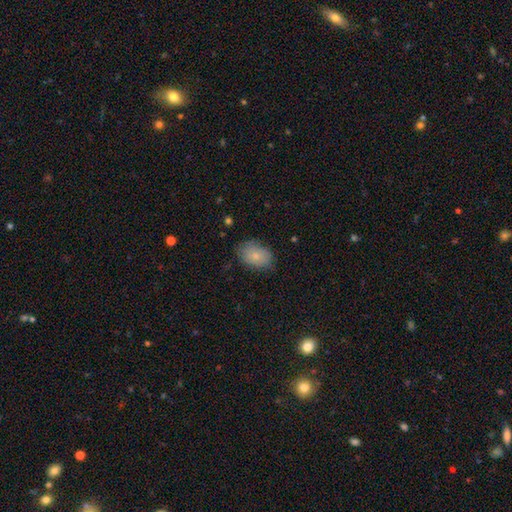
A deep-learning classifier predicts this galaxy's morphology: smooth_or_featured: smooth (p=0.80) [alt: featured or disk p=0.13]
how_rounded: in between (p=0.84) [alt: round p=0.15]
merging: none (p=0.76) [alt: minor disturbance p=0.19]